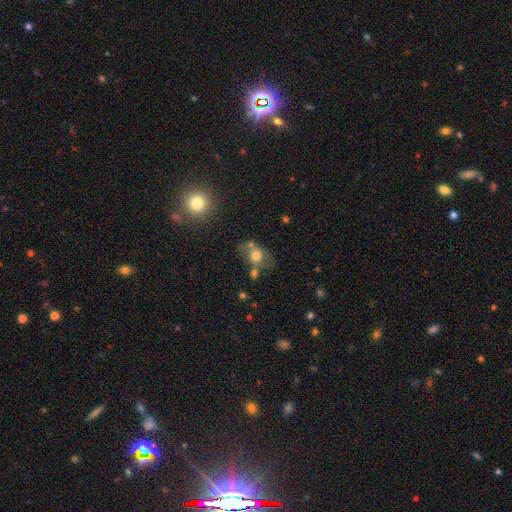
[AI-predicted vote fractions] Smooth or featured: smooth — 63% (featured or disk — 25%)
How rounded: in between — 51% (round — 47%)
Merging: none — 44% (merger — 27%)